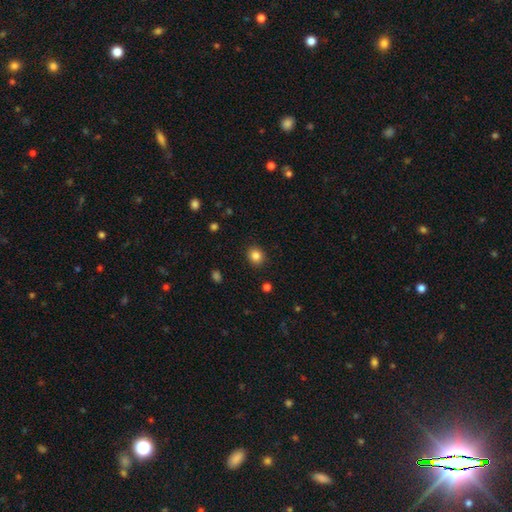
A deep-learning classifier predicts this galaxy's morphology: smooth_or_featured: smooth (p=0.85) [alt: star or artifact p=0.11]
how_rounded: round (p=0.73) [alt: in between p=0.26]
merging: none (p=0.90) [alt: minor disturbance p=0.07]